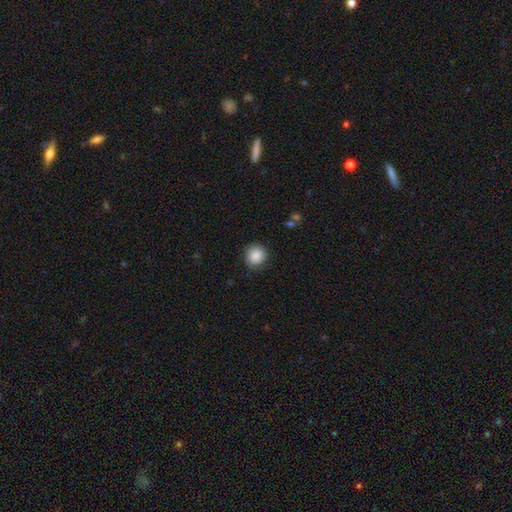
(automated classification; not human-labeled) The model was most divided on "merging": none: 82%, minor disturbance: 14%, major disturbance: 3%, merger: 1%. More confident: how rounded — round (90%); smooth or featured — smooth (87%).